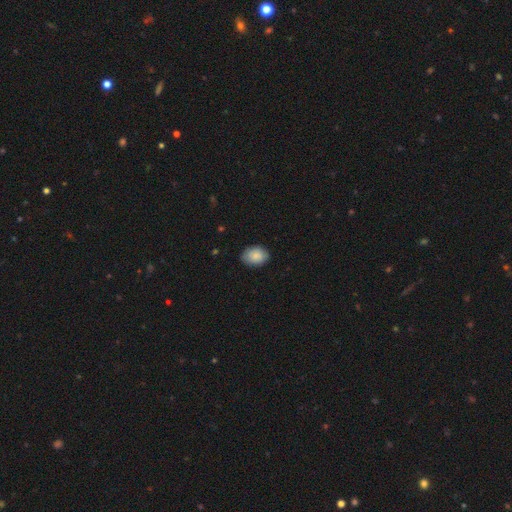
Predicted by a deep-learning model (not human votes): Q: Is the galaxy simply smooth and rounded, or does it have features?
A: smooth — 84%.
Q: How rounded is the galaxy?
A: in between — 76%.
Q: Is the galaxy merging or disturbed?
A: none — 83%.